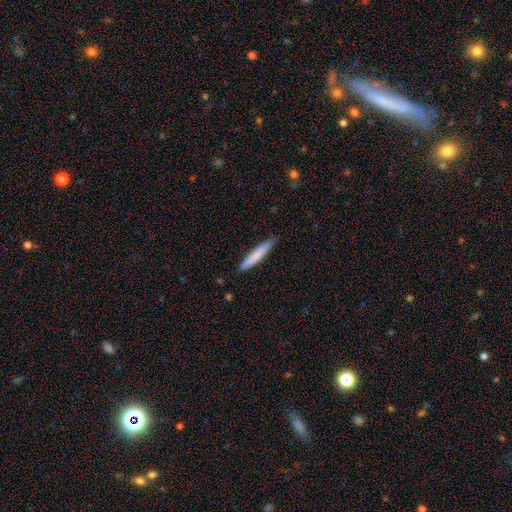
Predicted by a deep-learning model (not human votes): smooth-or-featured: smooth: 75% | featured or disk: 19% | star or artifact: 5%
  how-rounded: cigar-shaped: 94% | in between: 5% | round: 1%
  merging: none: 84% | minor disturbance: 13% | major disturbance: 2% | merger: 1%